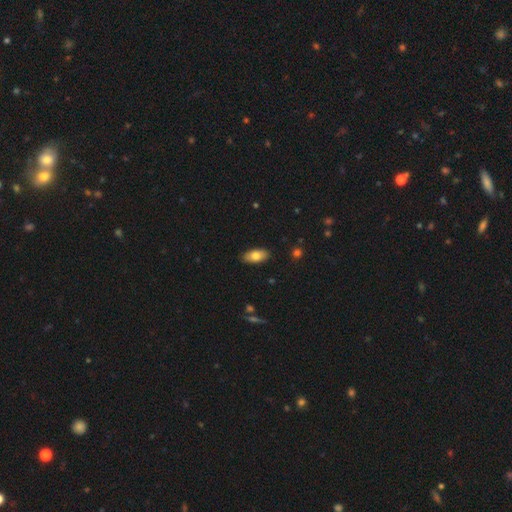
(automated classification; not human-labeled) The model was most divided on "smooth or featured": smooth: 79%, featured or disk: 14%, star or artifact: 7%. More confident: how rounded — in between (92%); merging — none (88%).